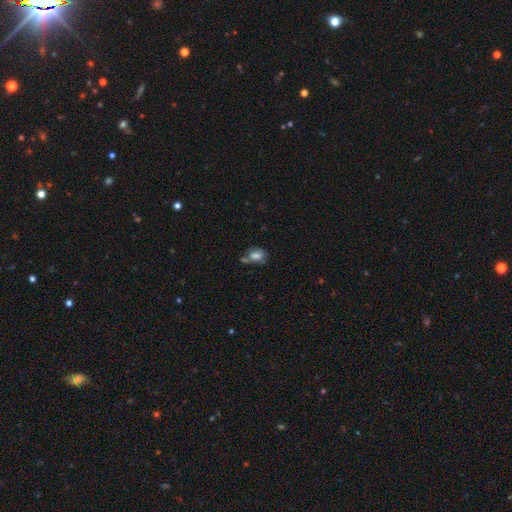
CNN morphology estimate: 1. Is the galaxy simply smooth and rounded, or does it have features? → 69% smooth, 18% featured or disk, 13% star or artifact.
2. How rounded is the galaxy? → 73% in between, 25% round, 2% cigar-shaped.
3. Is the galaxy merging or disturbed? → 45% none, 24% minor disturbance, 21% merger, 11% major disturbance.